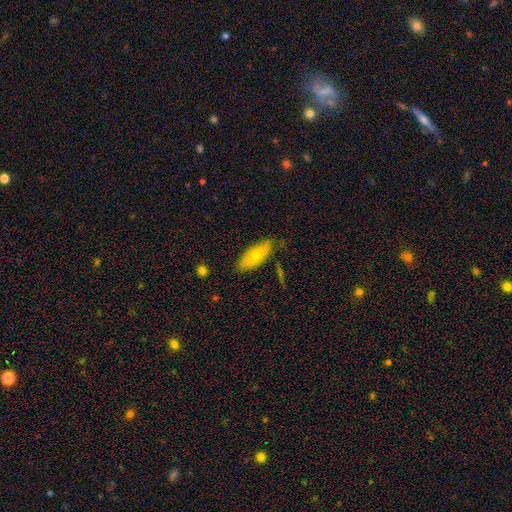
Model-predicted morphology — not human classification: Smooth or featured? Predicted: smooth (p=0.70). How rounded? Predicted: in between (p=0.81). Merging? Predicted: none (p=0.76).